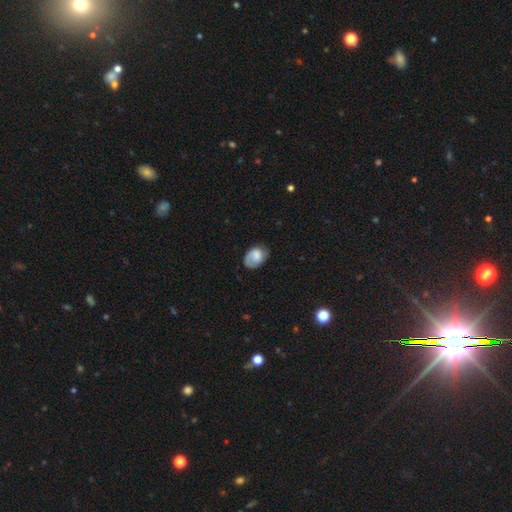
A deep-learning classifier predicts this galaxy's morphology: Smooth or featured? Predicted: smooth (p=0.61). How rounded? Predicted: in between (p=0.80). Merging? Predicted: none (p=0.62).